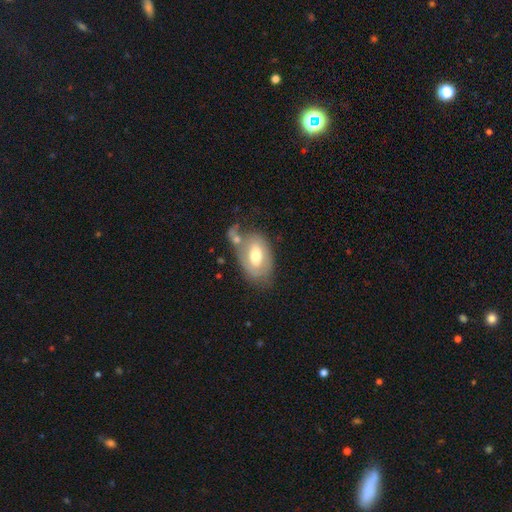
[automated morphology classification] type=featured or disk (48%); merging=none (42%).